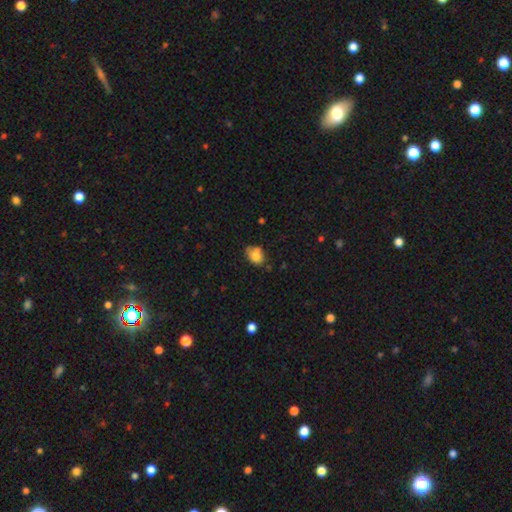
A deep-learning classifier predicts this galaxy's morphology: Smooth or featured? smooth (76%)
How rounded? in between (62%)
Merging? none (53%)